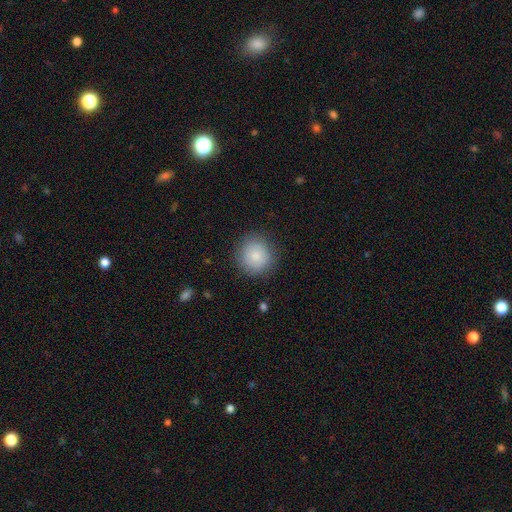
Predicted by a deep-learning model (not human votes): A smooth galaxy with no disk features (84%) that is round (91%). Merging: none (86%).